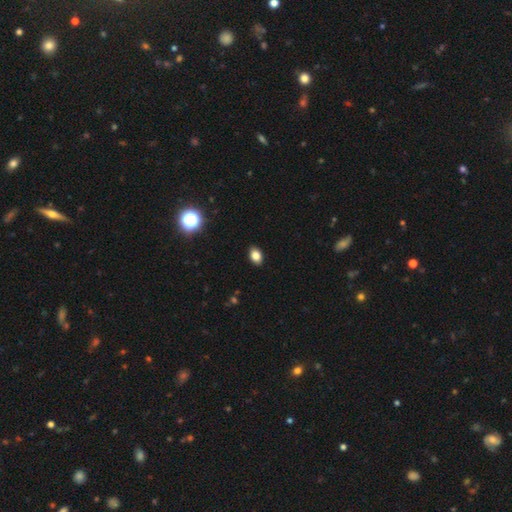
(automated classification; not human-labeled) smooth_or_featured: smooth (p=0.83) [alt: star or artifact p=0.10]
how_rounded: in between (p=0.82) [alt: round p=0.16]
merging: none (p=0.90) [alt: minor disturbance p=0.08]